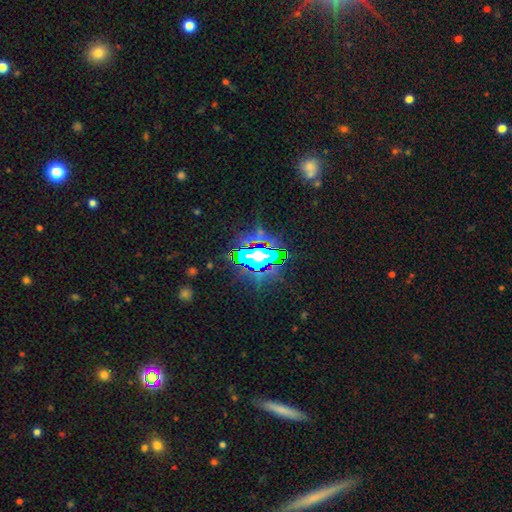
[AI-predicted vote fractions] star or artifact 77%, smooth 13%, featured or disk 10%.